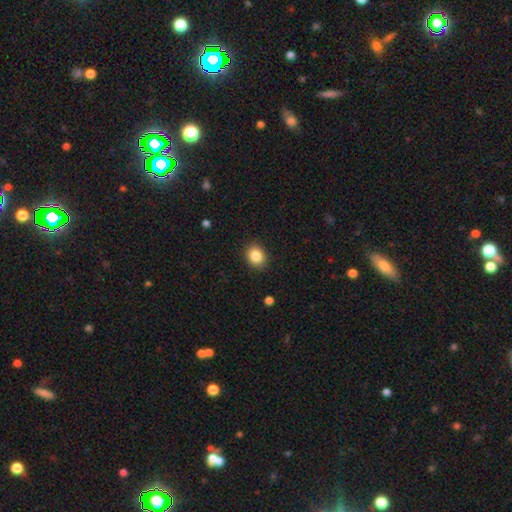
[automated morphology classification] Smooth or featured? Predicted: smooth (p=0.85). How rounded? Predicted: round (p=0.63). Merging? Predicted: none (p=0.89).